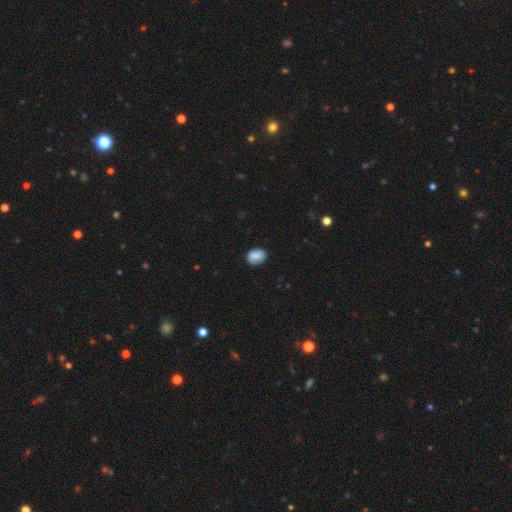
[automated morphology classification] Smooth or featured? smooth (79%)
How rounded? in between (62%)
Merging? none (80%)